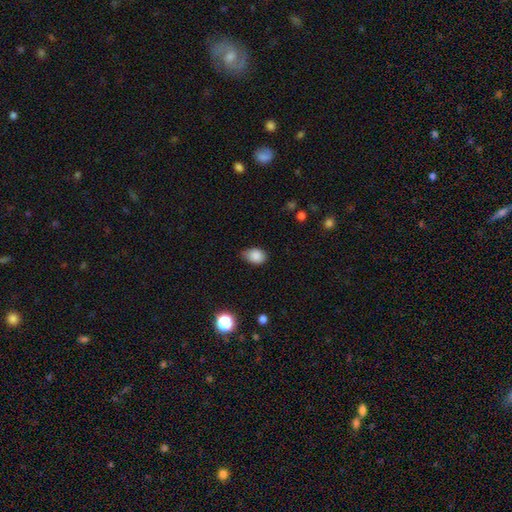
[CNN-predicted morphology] smooth-or-featured: smooth: 86% | star or artifact: 9% | featured or disk: 5%
  how-rounded: in between: 67% | round: 32% | cigar-shaped: 1%
  merging: none: 55% | minor disturbance: 38% | major disturbance: 6% | merger: 2%